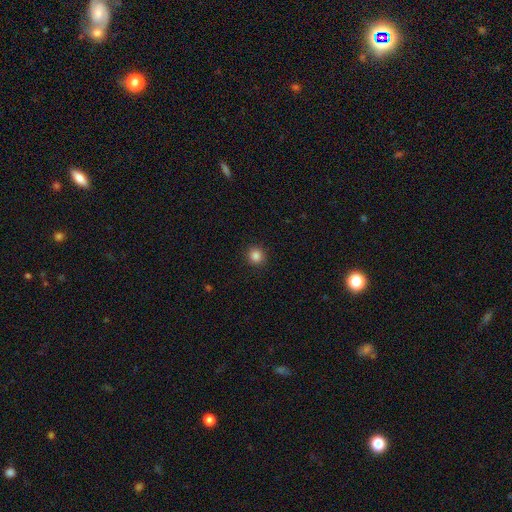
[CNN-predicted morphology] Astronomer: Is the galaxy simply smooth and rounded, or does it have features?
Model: smooth — 85%.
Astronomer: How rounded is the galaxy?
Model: round — 93%.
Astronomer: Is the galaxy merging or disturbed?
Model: none — 92%.